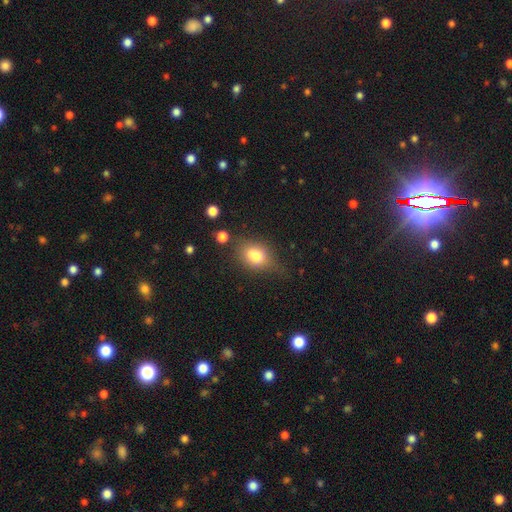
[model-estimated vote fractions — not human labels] smooth_or_featured: smooth (p=0.74) [alt: featured or disk p=0.15]
how_rounded: in between (p=0.69) [alt: round p=0.29]
merging: none (p=0.55) [alt: minor disturbance p=0.28]